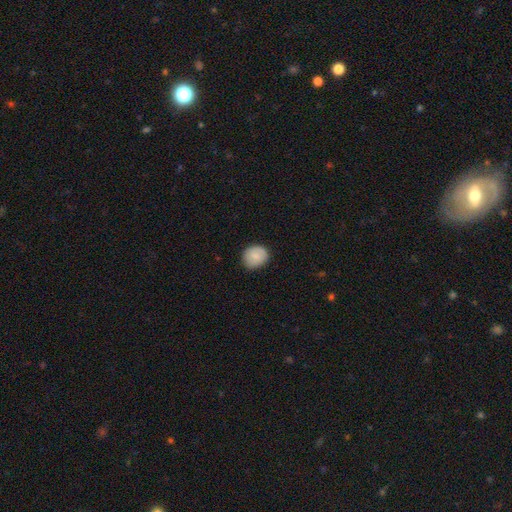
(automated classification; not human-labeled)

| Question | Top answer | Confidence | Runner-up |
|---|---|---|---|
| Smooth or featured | smooth | 85% | featured or disk (8%) |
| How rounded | round | 78% | in between (21%) |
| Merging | none | 84% | minor disturbance (13%) |